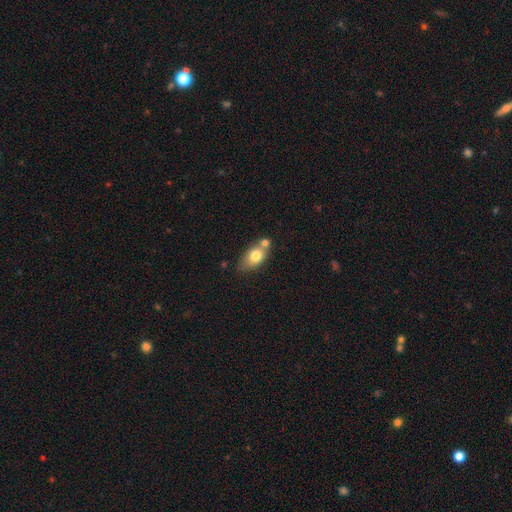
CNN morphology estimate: Smooth or featured? Predicted: smooth (p=0.72). How rounded? Predicted: in between (p=0.81). Merging? Predicted: none (p=0.44).